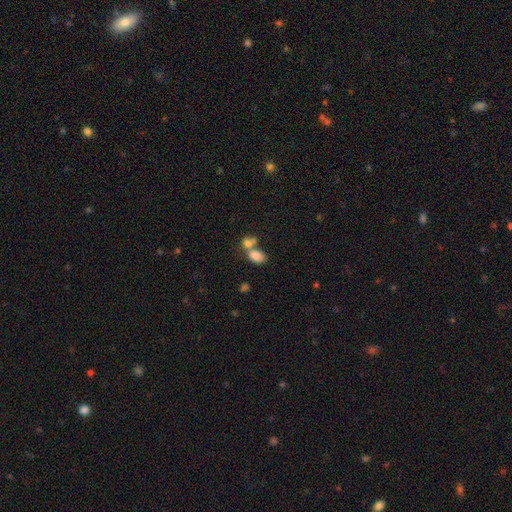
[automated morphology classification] smooth_or_featured: smooth (p=0.81) [alt: featured or disk p=0.10]
how_rounded: in between (p=0.82) [alt: round p=0.16]
merging: merger (p=0.54) [alt: none p=0.32]